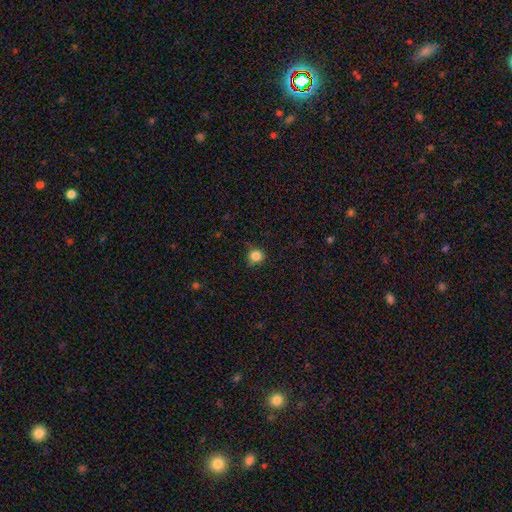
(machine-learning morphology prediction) A smooth galaxy with no disk features (83%) that is round (89%).

Vote fractions:
- Smooth or featured? smooth: 83% / star or artifact: 12% / featured or disk: 5%
- How rounded? round: 89% / in between: 10% / cigar-shaped: 1%
- Merging? none: 75% / minor disturbance: 20% / major disturbance: 4% / merger: 2%